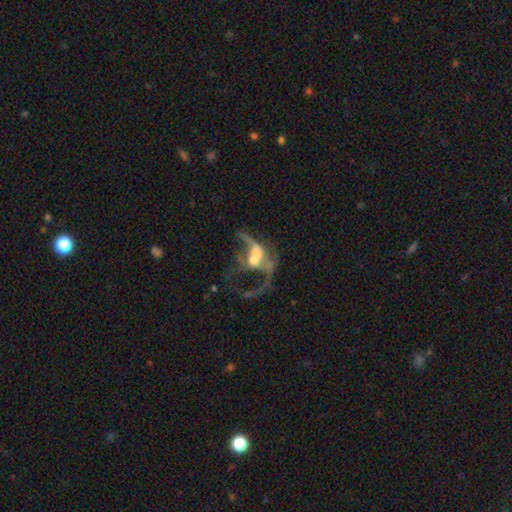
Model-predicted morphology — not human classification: Q: Smooth or featured?
A: featured or disk (67%); runner-up: smooth (21%)
Q: Edge-on disk?
A: no (94%); runner-up: yes (6%)
Q: Bar?
A: no (65%); runner-up: weak (24%)
Q: Spiral arms?
A: no (56%); runner-up: yes (44%)
Q: Bulge size?
A: moderate (42%); runner-up: small (19%)
Q: Merging?
A: merger (45%); runner-up: major disturbance (35%)